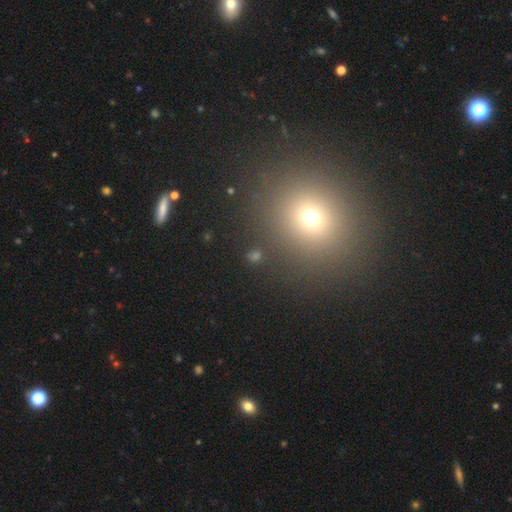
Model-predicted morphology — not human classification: smooth 58%, star or artifact 33%, featured or disk 9%. Down the decision tree: how rounded — round (79%); merging — none (85%).